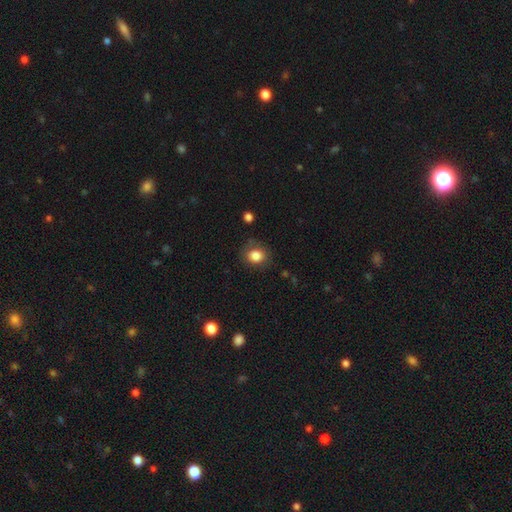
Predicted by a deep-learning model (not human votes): Smooth or featured? smooth (83%)
How rounded? round (71%)
Merging? none (75%)